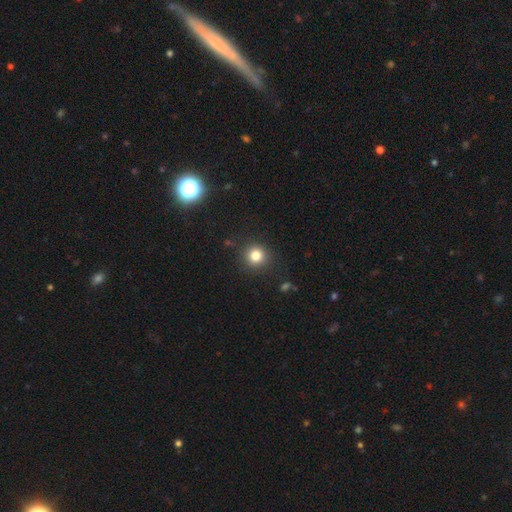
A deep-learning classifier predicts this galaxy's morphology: Smooth or featured?
  - smooth: 81% *
  - star or artifact: 13%
  - featured or disk: 6%
How rounded?
  - round: 92% *
  - in between: 7%
  - cigar-shaped: 1%
Merging?
  - none: 88% *
  - minor disturbance: 7%
  - major disturbance: 3%
  - merger: 2%